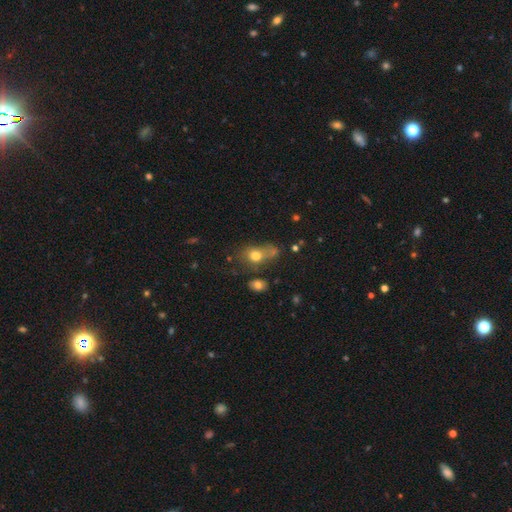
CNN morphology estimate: Overall: smooth (73%). How rounded: in between (65%; round 32%). Merging: none (38%; minor disturbance 23%).